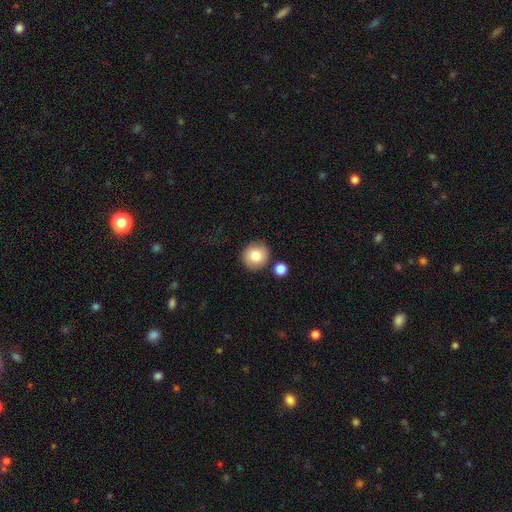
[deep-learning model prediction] Smooth or featured: smooth — 82% (featured or disk — 10%)
How rounded: round — 91% (in between — 8%)
Merging: none — 83% (minor disturbance — 9%)